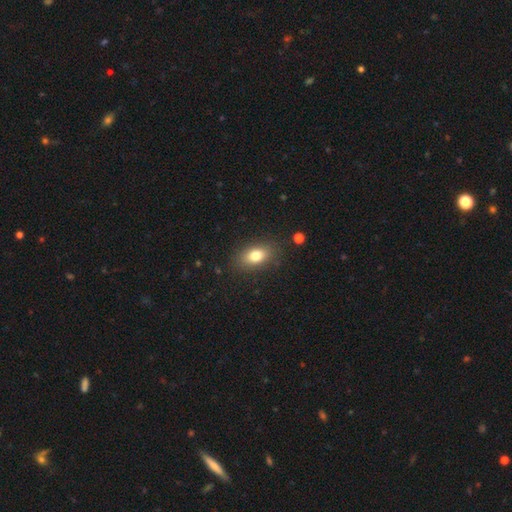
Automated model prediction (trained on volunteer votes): Smooth or featured?
  - smooth: 78% *
  - featured or disk: 12%
  - star or artifact: 10%
How rounded?
  - in between: 83% *
  - round: 13%
  - cigar-shaped: 4%
Merging?
  - none: 84% *
  - minor disturbance: 11%
  - major disturbance: 4%
  - merger: 1%